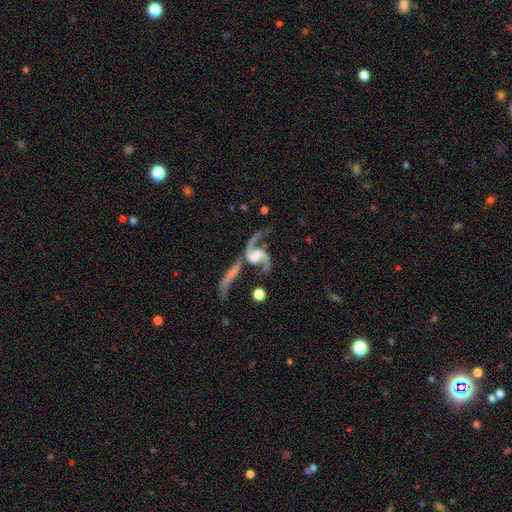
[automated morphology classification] Smooth or featured? Predicted: featured or disk (p=0.90). Edge-on disk? Predicted: no (p=0.96). Bar? Predicted: no (p=0.42). Spiral arms? Predicted: yes (p=0.96). Spiral winding? Predicted: loose (p=0.72). Spiral arm count? Predicted: 2 (p=0.92). Bulge size? Predicted: none (p=0.31). Merging? Predicted: none (p=0.40).